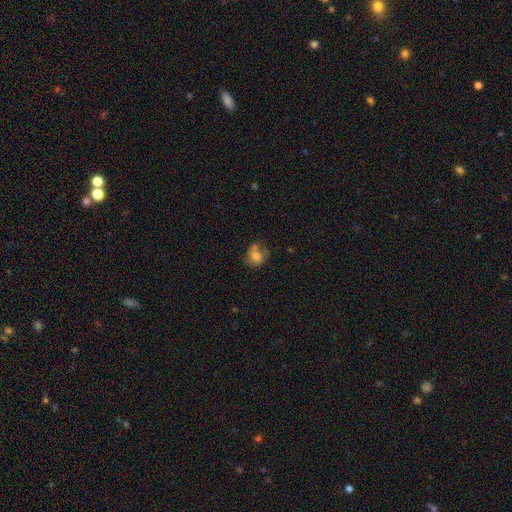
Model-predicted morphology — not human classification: Smooth or featured: smooth — 58% (featured or disk — 31%)
How rounded: round — 55% (in between — 44%)
Merging: none — 46% (minor disturbance — 26%)